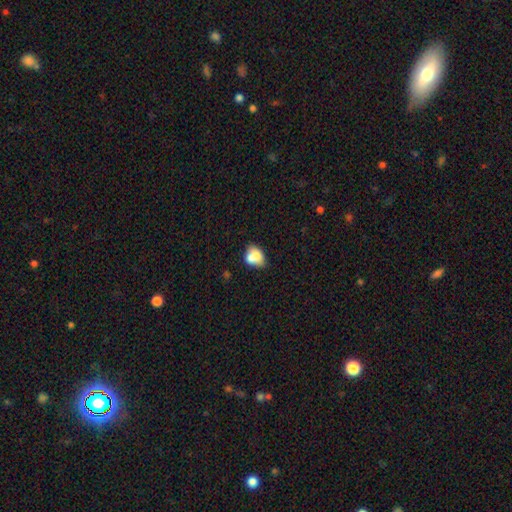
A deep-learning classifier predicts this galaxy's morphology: A smooth galaxy with no disk features (71%) that is in between round and cigar-shaped (64%).

Vote fractions:
- Smooth or featured? smooth: 71% / featured or disk: 20% / star or artifact: 9%
- How rounded? in between: 64% / round: 35% / cigar-shaped: 1%
- Merging? merger: 43% / none: 36% / minor disturbance: 16% / major disturbance: 6%